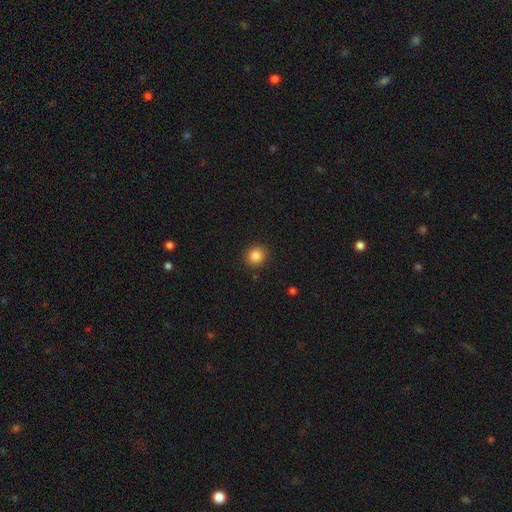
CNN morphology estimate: smooth-or-featured: smooth: 85% | star or artifact: 11% | featured or disk: 4%
  how-rounded: round: 87% | in between: 12% | cigar-shaped: 1%
  merging: none: 90% | minor disturbance: 6% | major disturbance: 2% | merger: 1%